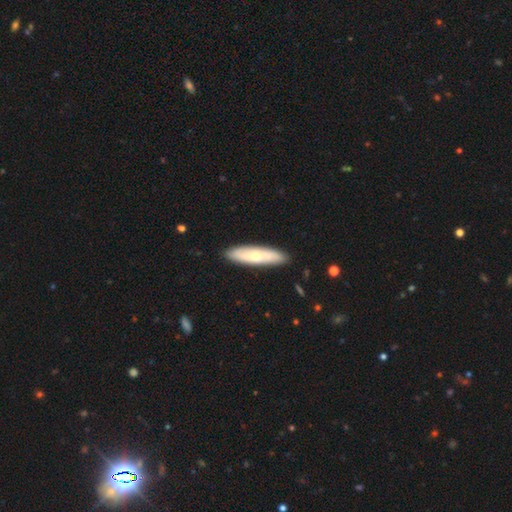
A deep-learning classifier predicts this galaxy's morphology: A smooth galaxy with no disk features (63%) that is cigar-shaped (74%).

Vote fractions:
- Smooth or featured? smooth: 63% / featured or disk: 32% / star or artifact: 5%
- How rounded? cigar-shaped: 74% / in between: 24% / round: 2%
- Merging? none: 90% / minor disturbance: 8% / major disturbance: 2% / merger: 1%